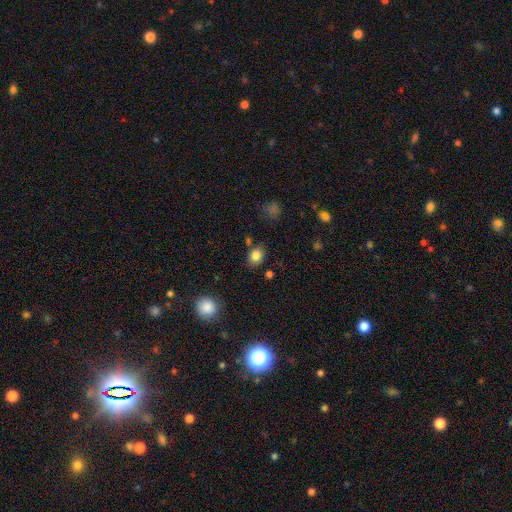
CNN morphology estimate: type=smooth (83%); roundness=in between (53%); merging=none (79%).